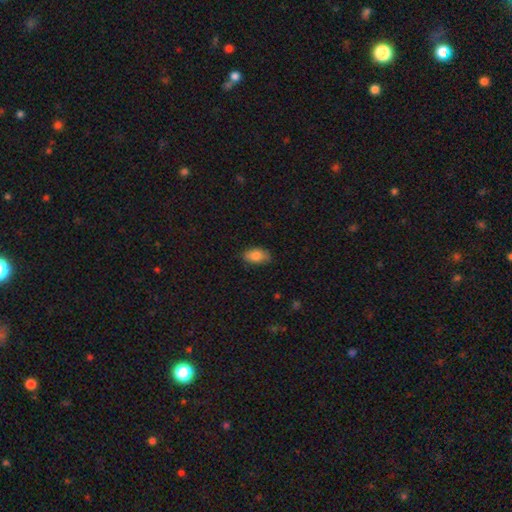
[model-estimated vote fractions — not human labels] smooth 83%, featured or disk 9%, star or artifact 7%. Down the decision tree: how rounded — in between (91%); merging — none (79%).